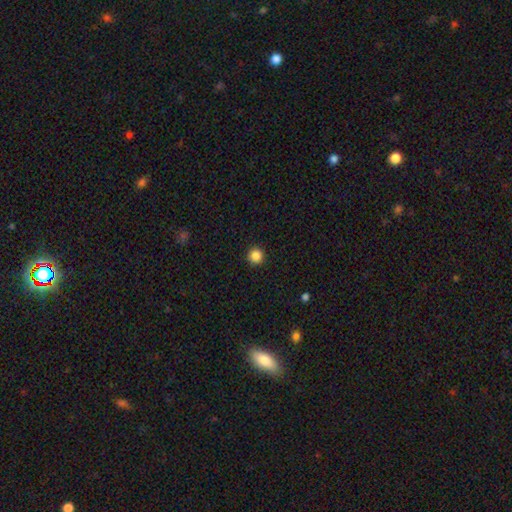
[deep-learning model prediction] The model was most divided on "smooth or featured": smooth: 86%, star or artifact: 11%, featured or disk: 3%. More confident: how rounded — round (96%); merging — none (93%).